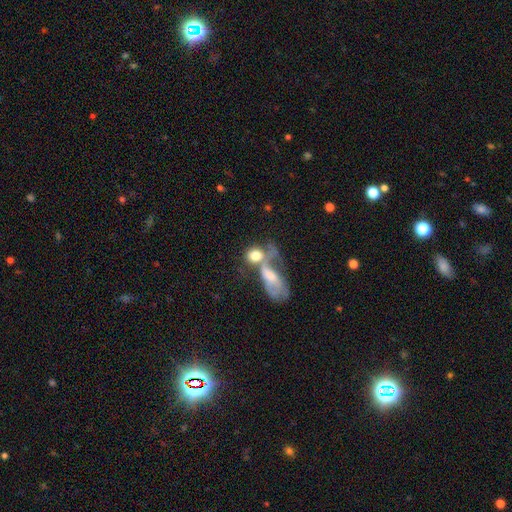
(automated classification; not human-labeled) A smooth galaxy with no disk features (66%) that is in between round and cigar-shaped (49%). Merging: merger (60%).